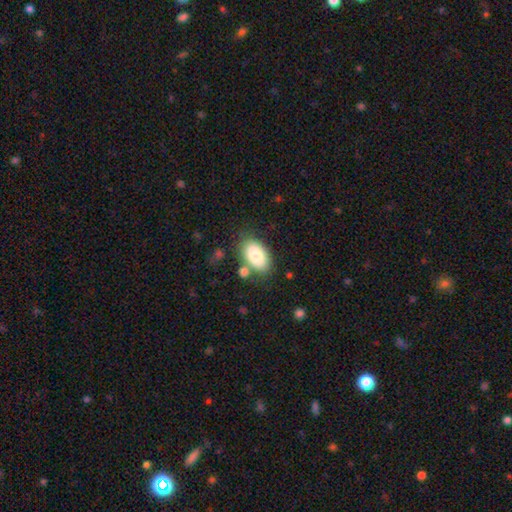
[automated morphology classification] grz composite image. It shows a smooth galaxy with no disk features (81%) that is in between round and cigar-shaped (93%). Merging: none (69%).